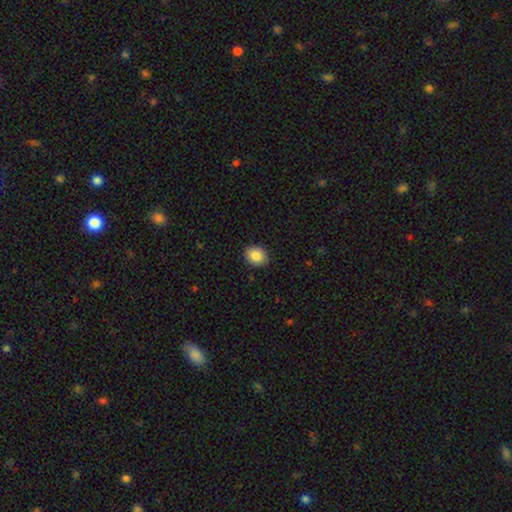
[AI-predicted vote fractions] Smooth or featured?
  - smooth: 86% *
  - star or artifact: 8%
  - featured or disk: 6%
How rounded?
  - round: 58% *
  - in between: 41%
  - cigar-shaped: 1%
Merging?
  - none: 91% *
  - minor disturbance: 7%
  - major disturbance: 2%
  - merger: 1%